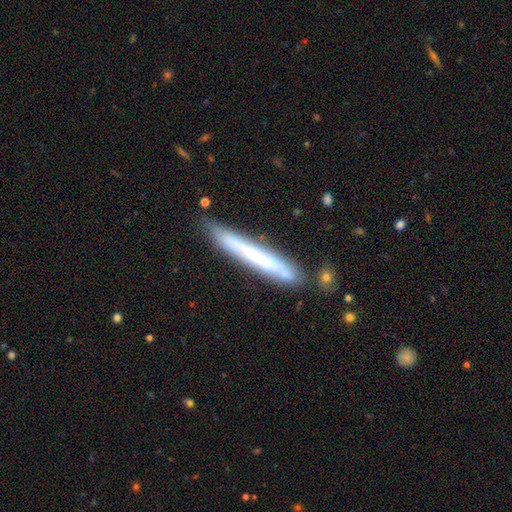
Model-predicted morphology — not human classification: Overall: smooth (50%; featured or disk 43%). Merging: none (80%).